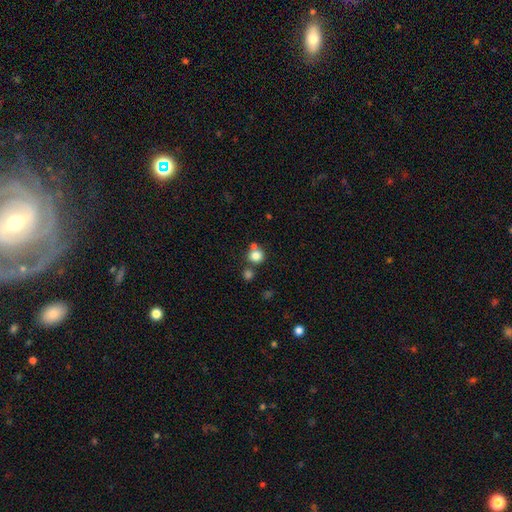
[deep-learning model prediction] A smooth galaxy with no disk features (82%) that is round (90%). Merging: none (63%).